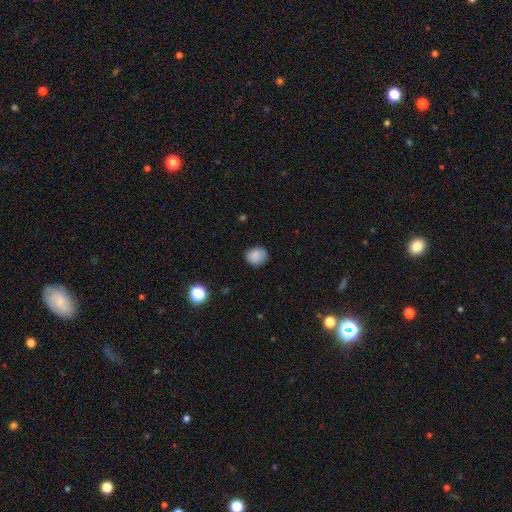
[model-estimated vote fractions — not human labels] smooth_or_featured: smooth (p=0.85) [alt: star or artifact p=0.10]
how_rounded: round (p=0.67) [alt: in between p=0.32]
merging: none (p=0.83) [alt: minor disturbance p=0.13]